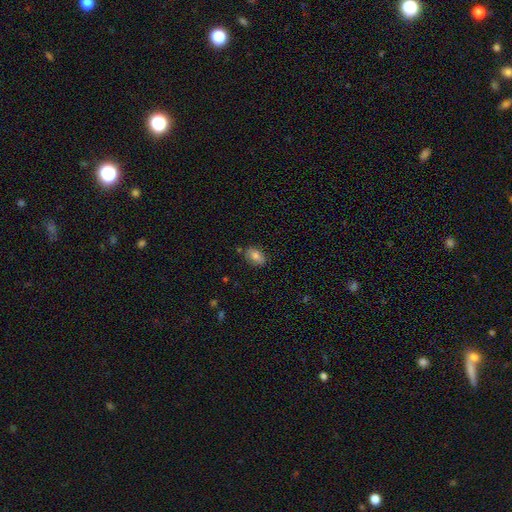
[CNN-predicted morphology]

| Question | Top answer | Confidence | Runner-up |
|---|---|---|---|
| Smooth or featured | smooth | 80% | featured or disk (11%) |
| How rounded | in between | 87% | round (11%) |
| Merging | none | 80% | minor disturbance (14%) |